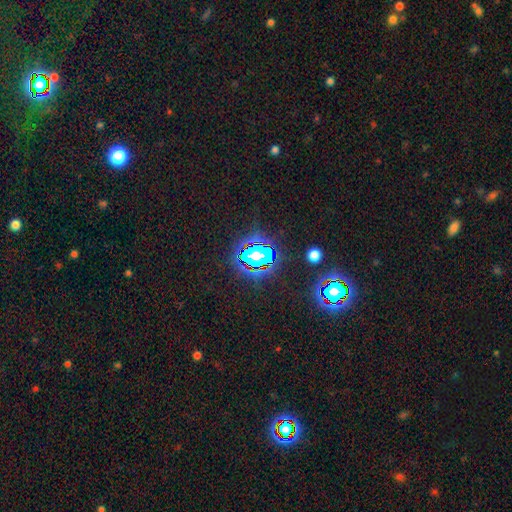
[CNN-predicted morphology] This is likely a star or artifact rather than a galaxy (66%).